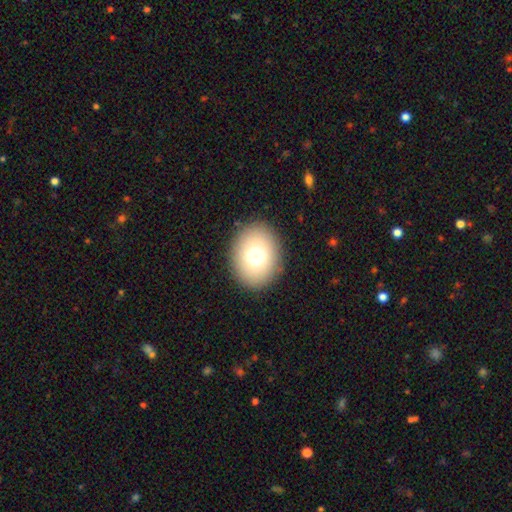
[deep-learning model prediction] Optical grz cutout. It shows a smooth galaxy with no disk features (73%) that is round (53%). Merging: none (89%).